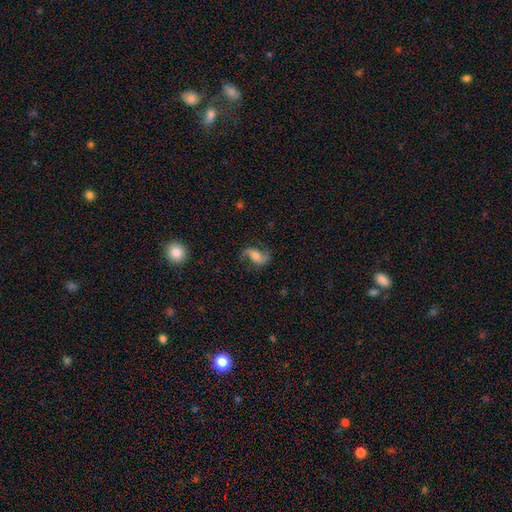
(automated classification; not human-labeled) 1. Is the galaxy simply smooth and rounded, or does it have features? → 67% featured or disk, 24% smooth, 8% star or artifact.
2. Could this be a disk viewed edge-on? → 94% no, 6% yes.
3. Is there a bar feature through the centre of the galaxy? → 46% no, 35% weak, 19% strong.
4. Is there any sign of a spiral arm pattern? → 92% yes, 8% no.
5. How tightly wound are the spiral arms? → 65% loose, 27% medium, 7% tight.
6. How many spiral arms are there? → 90% 2, 4% 1, 3% can't tell, 1% 3, 1% 4, 1% more than 4.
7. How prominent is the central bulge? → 50% moderate, 22% large, 19% small, 5% none, 3% dominant.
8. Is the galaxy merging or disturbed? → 71% none, 17% minor disturbance, 10% major disturbance, 2% merger.